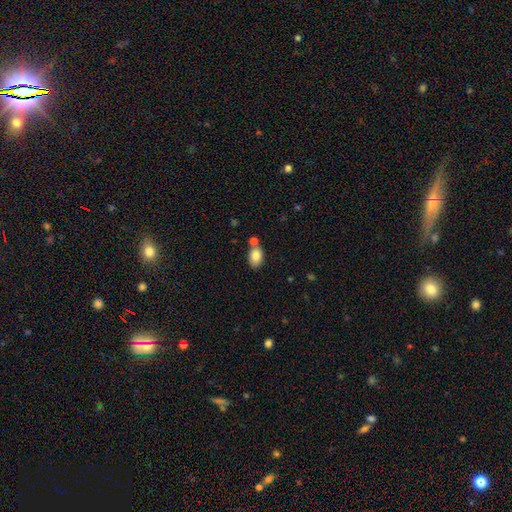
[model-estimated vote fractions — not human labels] The model was most divided on "merging": none: 65%, merger: 18%, minor disturbance: 13%, major disturbance: 3%. More confident: how rounded — in between (84%); smooth or featured — smooth (82%).